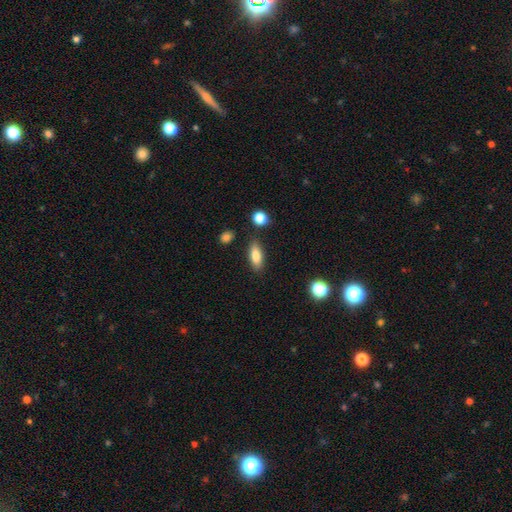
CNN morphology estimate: Smooth or featured: smooth — 79% (featured or disk — 14%)
How rounded: in between — 74% (cigar-shaped — 23%)
Merging: none — 83% (minor disturbance — 11%)